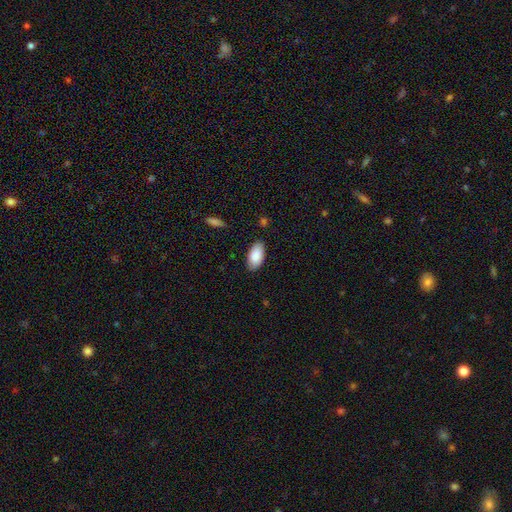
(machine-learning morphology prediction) Smooth or featured?
  - smooth: 89% *
  - star or artifact: 6%
  - featured or disk: 5%
How rounded?
  - in between: 95% *
  - cigar-shaped: 3%
  - round: 2%
Merging?
  - none: 84% *
  - minor disturbance: 12%
  - major disturbance: 2%
  - merger: 1%